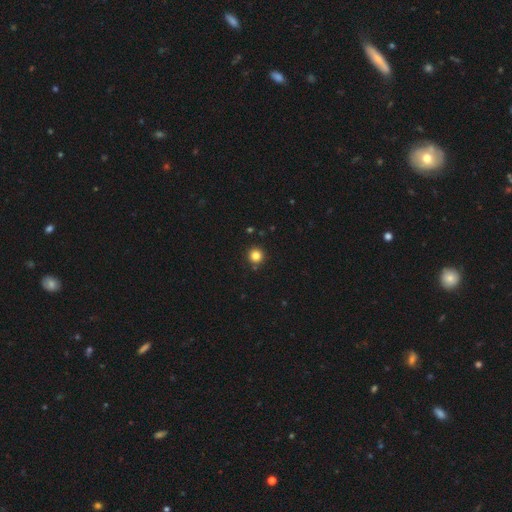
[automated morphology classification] Smooth or featured? Predicted: smooth (p=0.83). How rounded? Predicted: round (p=0.95). Merging? Predicted: none (p=0.91).